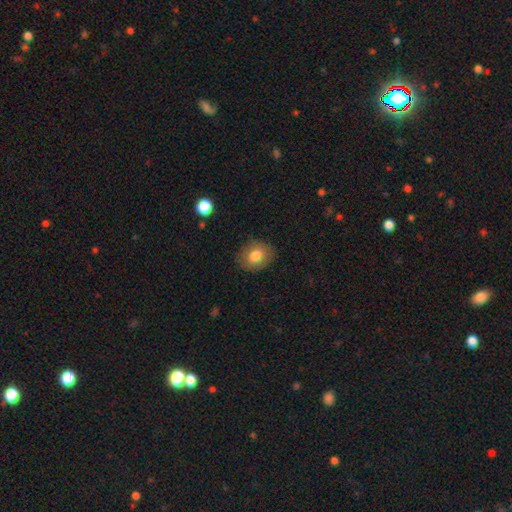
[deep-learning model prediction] Q: Smooth or featured?
A: smooth (80%); runner-up: featured or disk (11%)
Q: How rounded?
A: round (56%); runner-up: in between (43%)
Q: Merging?
A: none (84%); runner-up: minor disturbance (12%)